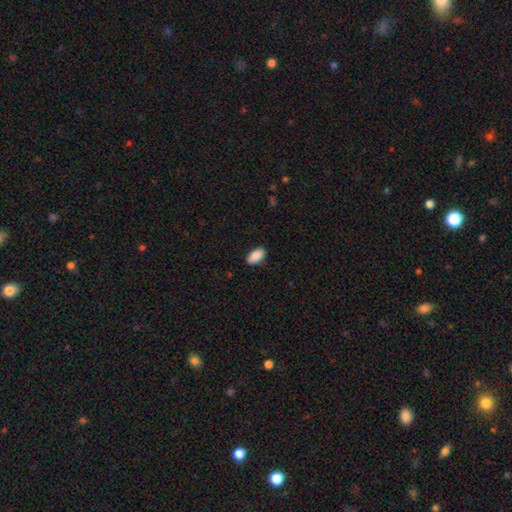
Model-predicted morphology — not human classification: This appears to be a smooth galaxy with no disk features (90%) that is in between round and cigar-shaped (95%). Merging: none (88%).